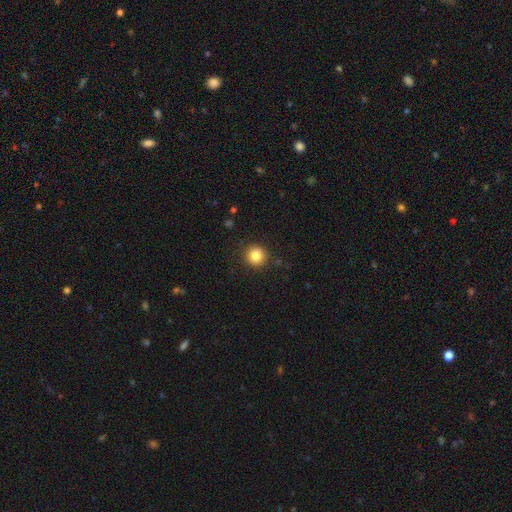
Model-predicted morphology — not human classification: Smooth or featured? Predicted: smooth (p=0.85). How rounded? Predicted: round (p=0.94). Merging? Predicted: none (p=0.90).